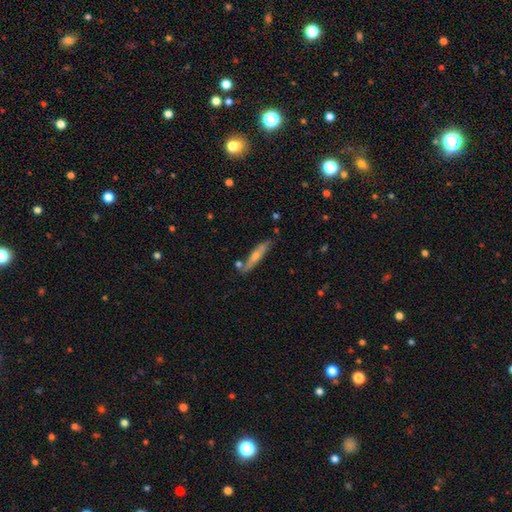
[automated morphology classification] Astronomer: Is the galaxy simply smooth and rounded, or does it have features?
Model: smooth — 55% (runner-up: featured or disk, 39%).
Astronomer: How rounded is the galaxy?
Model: cigar-shaped — 87%.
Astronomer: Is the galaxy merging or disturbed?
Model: none — 72%.